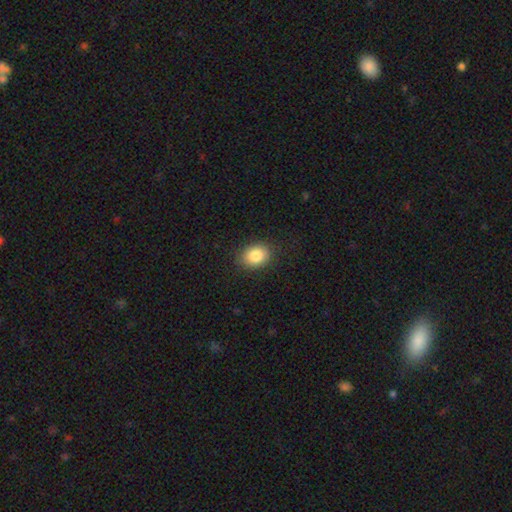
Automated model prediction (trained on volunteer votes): A smooth galaxy with no disk features (85%) that is in between round and cigar-shaped (61%). Merging: none (86%).